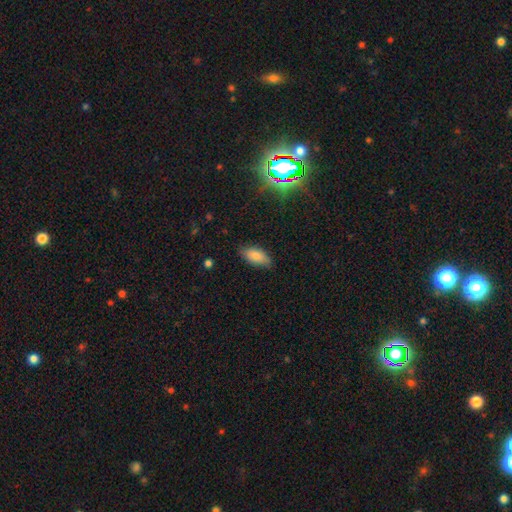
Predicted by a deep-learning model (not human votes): The model was most divided on "merging": none: 80%, minor disturbance: 16%, major disturbance: 3%, merger: 1%. More confident: how rounded — in between (89%); smooth or featured — smooth (84%).